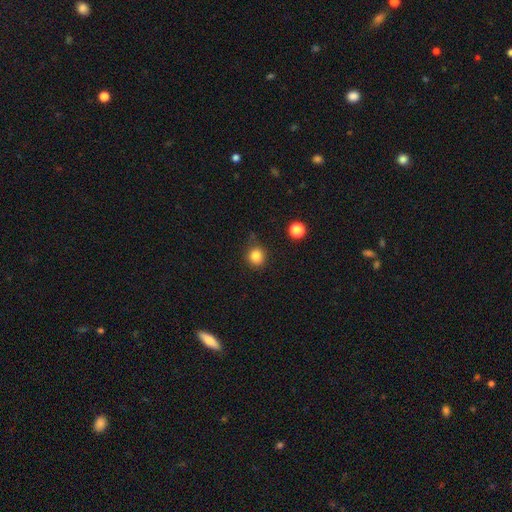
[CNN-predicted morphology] smooth 83%, star or artifact 12%, featured or disk 5%. Down the decision tree: how rounded — round (87%); merging — none (79%).